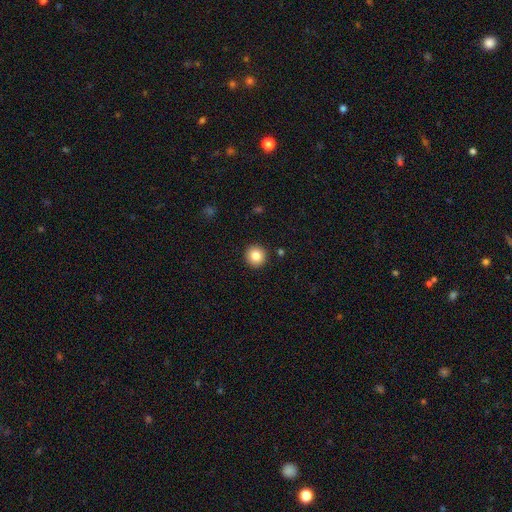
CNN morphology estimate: smooth_or_featured: smooth (p=0.83) [alt: star or artifact p=0.10]
how_rounded: round (p=0.95) [alt: in between p=0.04]
merging: none (p=0.92) [alt: minor disturbance p=0.05]